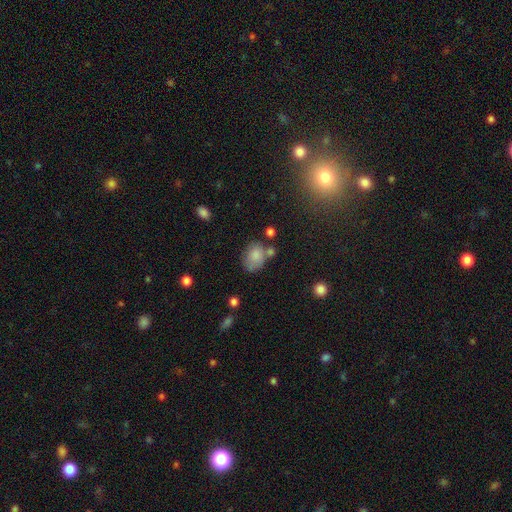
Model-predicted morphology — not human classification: Smooth or featured: smooth — 80% (featured or disk — 11%)
How rounded: in between — 64% (round — 35%)
Merging: none — 50% (minor disturbance — 25%)